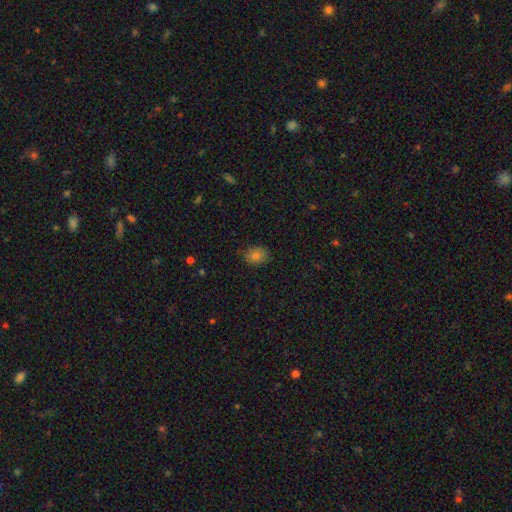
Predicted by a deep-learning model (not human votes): smooth_or_featured: smooth (p=0.80) [alt: star or artifact p=0.12]
how_rounded: in between (p=0.57) [alt: round p=0.41]
merging: none (p=0.81) [alt: minor disturbance p=0.15]